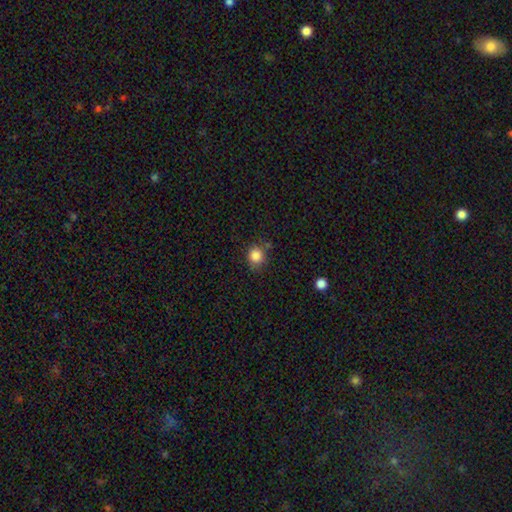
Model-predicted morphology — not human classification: Smooth or featured: smooth — 85% (star or artifact — 11%)
How rounded: round — 83% (in between — 16%)
Merging: none — 74% (minor disturbance — 16%)